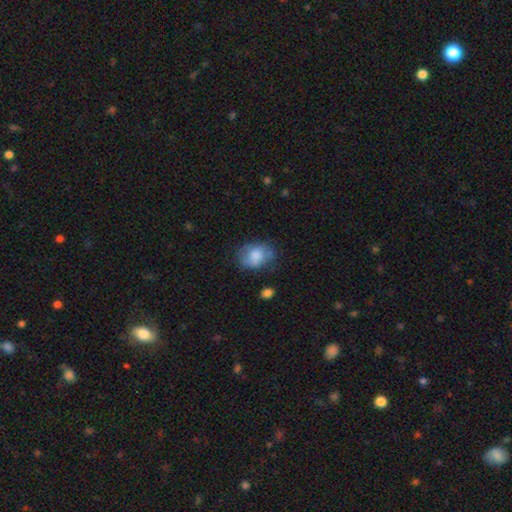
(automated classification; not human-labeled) smooth_or_featured: smooth (p=0.73) [alt: featured or disk p=0.19]
how_rounded: in between (p=0.64) [alt: round p=0.34]
merging: none (p=0.56) [alt: minor disturbance p=0.28]